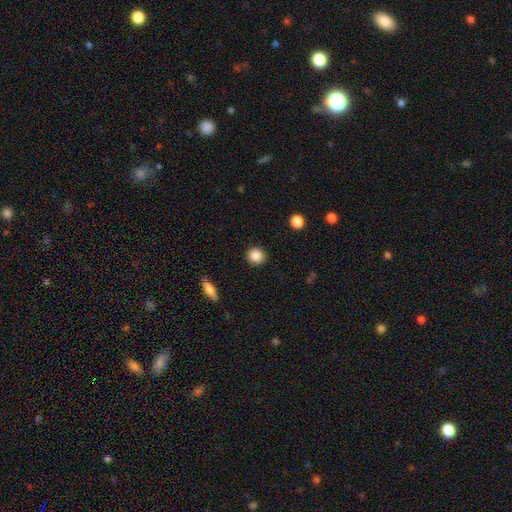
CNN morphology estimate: Smooth or featured?
  - smooth: 87% *
  - star or artifact: 9%
  - featured or disk: 4%
How rounded?
  - round: 90% *
  - in between: 9%
  - cigar-shaped: 1%
Merging?
  - none: 91% *
  - minor disturbance: 6%
  - major disturbance: 2%
  - merger: 1%